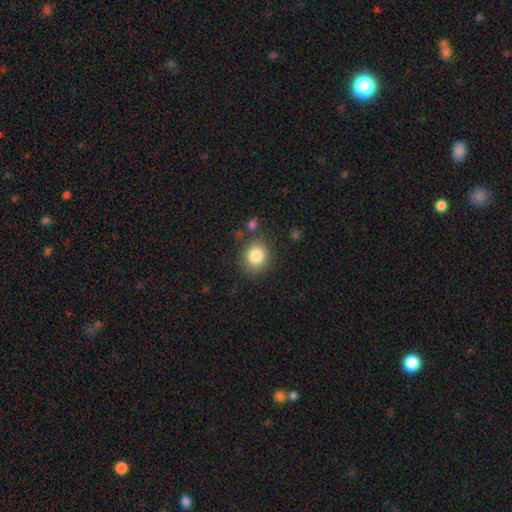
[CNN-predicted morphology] A smooth galaxy with no disk features (84%) that is round (65%). Merging: none (82%).